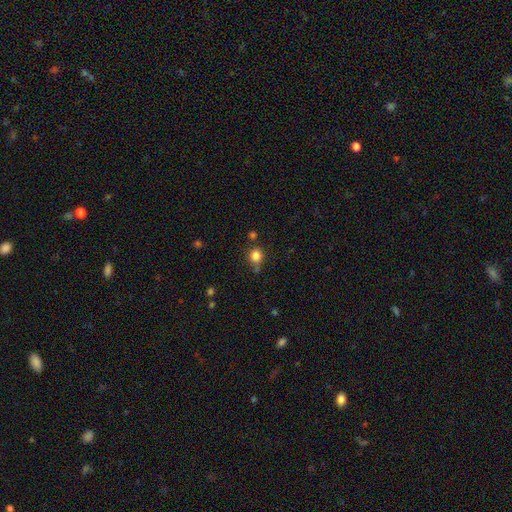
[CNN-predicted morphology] smooth_or_featured: smooth (p=0.82) [alt: star or artifact p=0.12]
how_rounded: round (p=0.80) [alt: in between p=0.19]
merging: none (p=0.67) [alt: minor disturbance p=0.20]